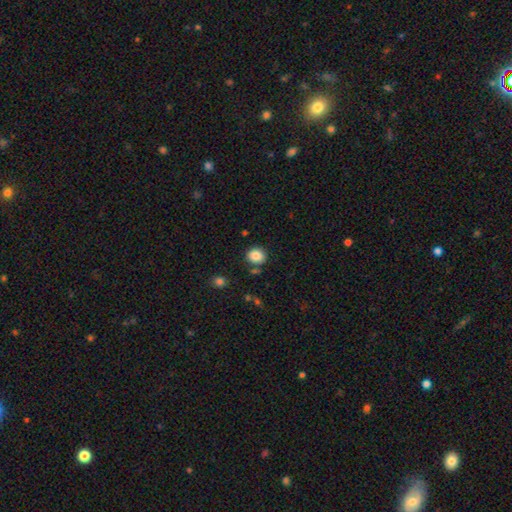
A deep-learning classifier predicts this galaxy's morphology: Smooth or featured? smooth (86%)
How rounded? round (83%)
Merging? none (83%)